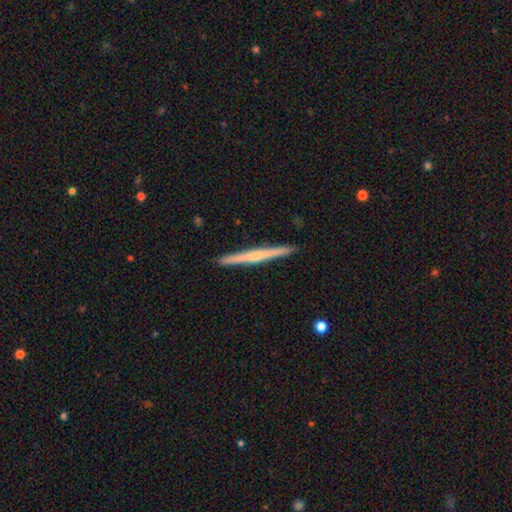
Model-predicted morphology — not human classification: The model was most divided on "edge-on bulge": none: 48%, rounded: 42%, boxy: 10%. More confident: edge-on disk — yes (98%); merging — none (92%); smooth or featured — featured or disk (61%).